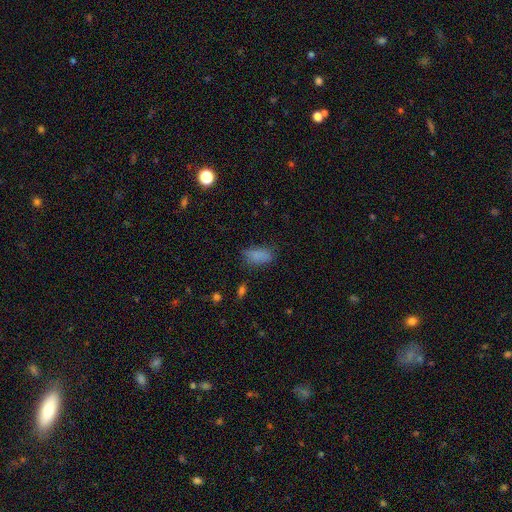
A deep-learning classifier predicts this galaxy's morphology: A smooth galaxy with no disk features (80%) that is in between round and cigar-shaped (88%).

Vote fractions:
- Smooth or featured? smooth: 80% / star or artifact: 13% / featured or disk: 7%
- How rounded? in between: 88% / cigar-shaped: 7% / round: 5%
- Merging? none: 69% / minor disturbance: 22% / major disturbance: 8% / merger: 2%